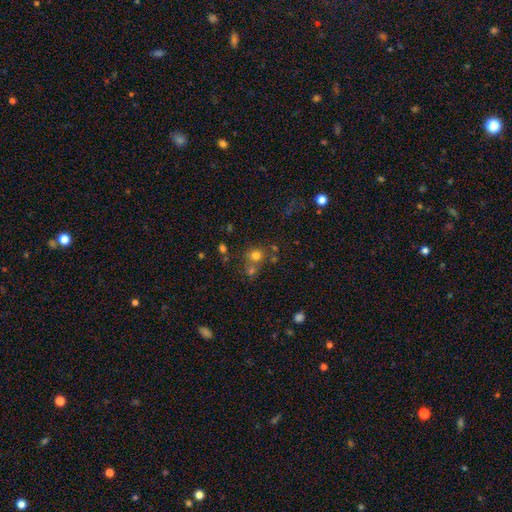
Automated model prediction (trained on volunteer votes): Overall: smooth (71%). How rounded: round (83%). Merging: none (54%; merger 33%).